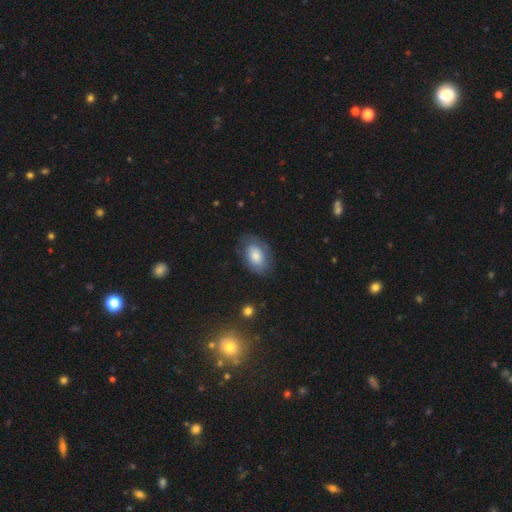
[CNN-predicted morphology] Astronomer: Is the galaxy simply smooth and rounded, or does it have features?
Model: smooth — 67%.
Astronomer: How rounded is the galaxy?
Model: in between — 87%.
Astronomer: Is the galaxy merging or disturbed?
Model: none — 69%.